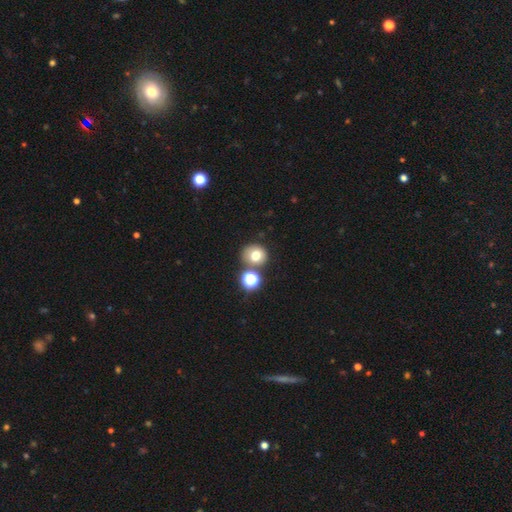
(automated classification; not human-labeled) Smooth or featured: smooth — 72% (star or artifact — 16%)
How rounded: round — 80% (in between — 19%)
Merging: none — 66% (merger — 20%)